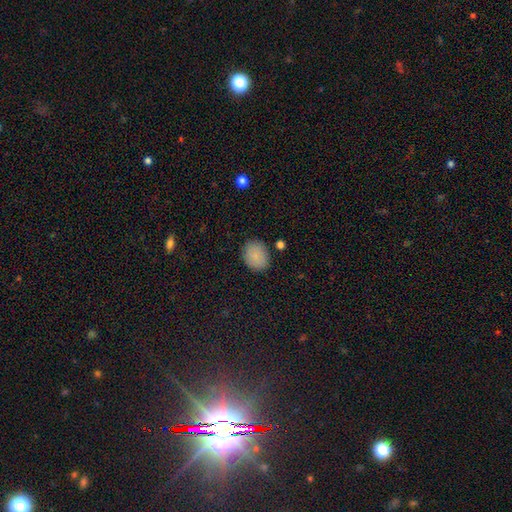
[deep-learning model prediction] This appears to be a smooth galaxy with no disk features (87%) that is round (52%). Merging: none (85%).